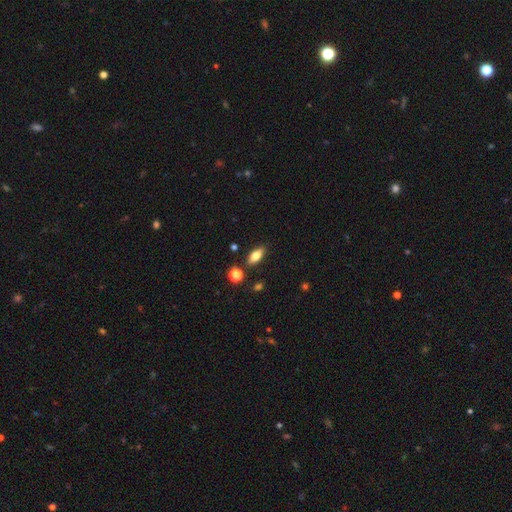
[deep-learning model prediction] Smooth or featured? Predicted: smooth (p=0.71). How rounded? Predicted: in between (p=0.79). Merging? Predicted: none (p=0.83).